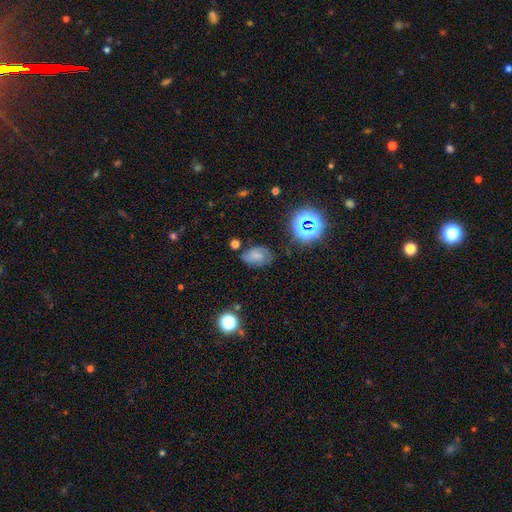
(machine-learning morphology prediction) smooth_or_featured: smooth (p=0.56) [alt: featured or disk p=0.26]
how_rounded: in between (p=0.81) [alt: round p=0.17]
merging: none (p=0.64) [alt: minor disturbance p=0.24]